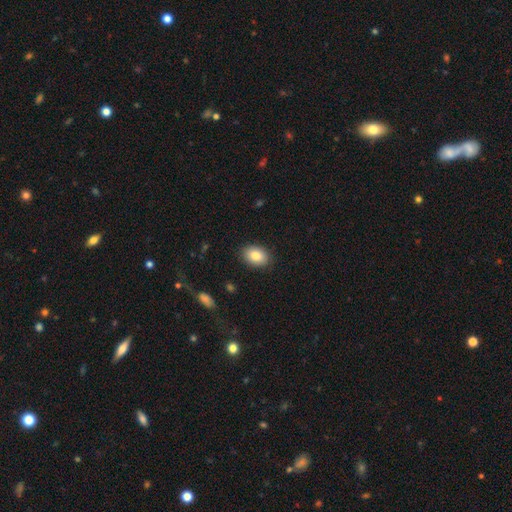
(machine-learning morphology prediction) Overall: smooth (84%). How rounded: in between (78%). Merging: none (88%).